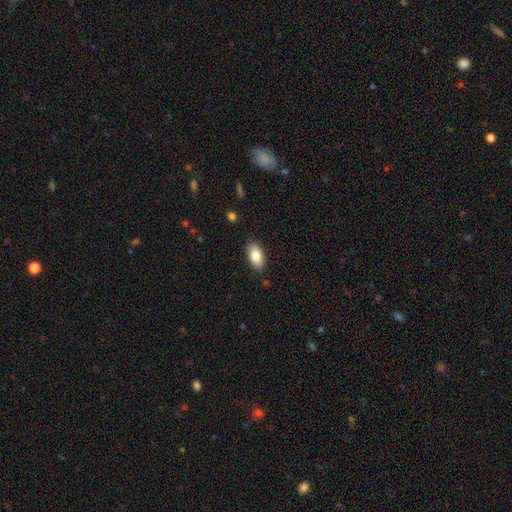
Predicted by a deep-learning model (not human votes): smooth-or-featured: smooth: 85% | featured or disk: 9% | star or artifact: 7%
  how-rounded: in between: 92% | cigar-shaped: 4% | round: 3%
  merging: none: 84% | minor disturbance: 12% | major disturbance: 2% | merger: 1%